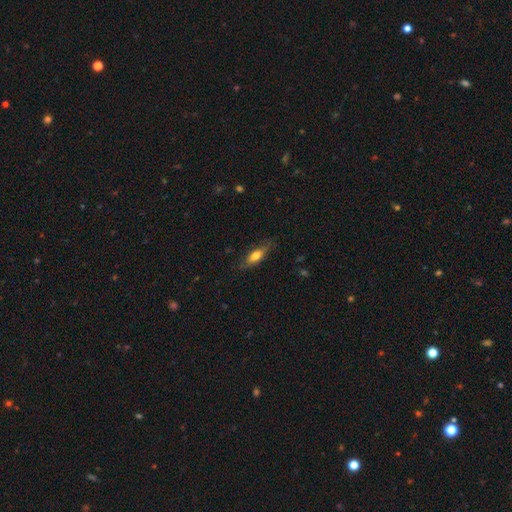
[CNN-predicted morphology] Q: Smooth or featured?
A: smooth (67%); runner-up: featured or disk (27%)
Q: How rounded?
A: in between (59%); runner-up: cigar-shaped (38%)
Q: Merging?
A: none (75%); runner-up: minor disturbance (19%)